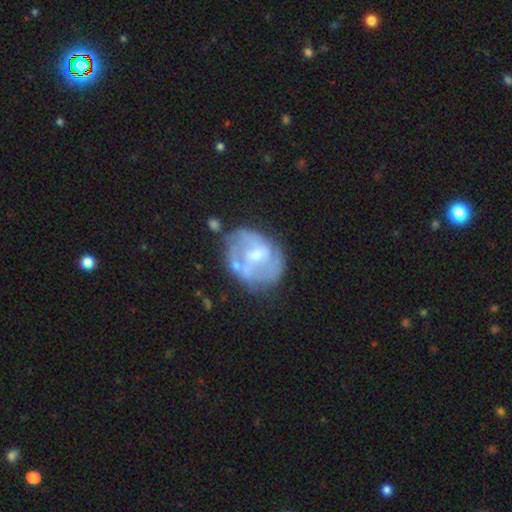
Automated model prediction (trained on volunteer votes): Smooth or featured? Predicted: featured or disk (p=0.71). Edge-on disk? Predicted: no (p=0.97). Bar? Predicted: weak (p=0.49). Spiral arms? Predicted: yes (p=0.66). Bulge size? Predicted: moderate (p=0.44). Merging? Predicted: none (p=0.53).